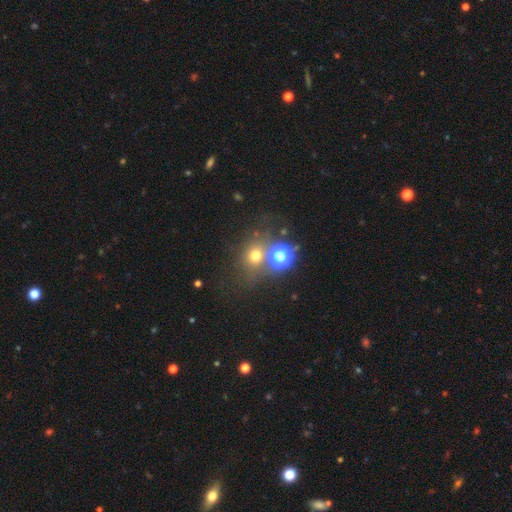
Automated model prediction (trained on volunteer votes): This appears to be a smooth galaxy with no disk features (62%) that is round (78%). Merging: none (62%).